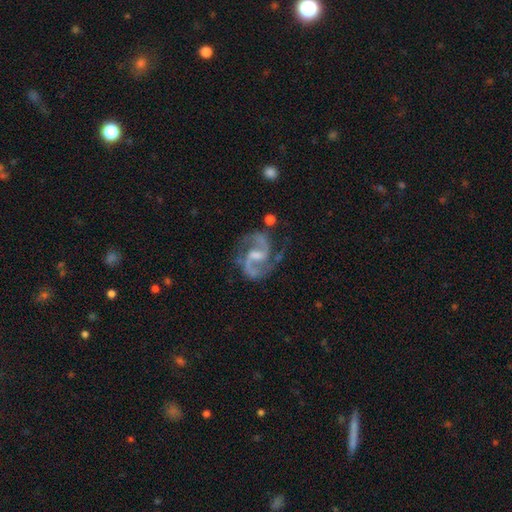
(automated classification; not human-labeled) Smooth or featured: featured or disk — 92% (star or artifact — 4%)
Edge-on disk: no — 98% (yes — 2%)
Bar: weak — 56% (strong — 23%)
Spiral arms: yes — 98% (no — 2%)
Spiral winding: medium — 66% (loose — 21%)
Spiral arm count: 2 — 94% (can't tell — 2%)
Bulge size: moderate — 39% (small — 37%)
Merging: none — 72% (minor disturbance — 17%)